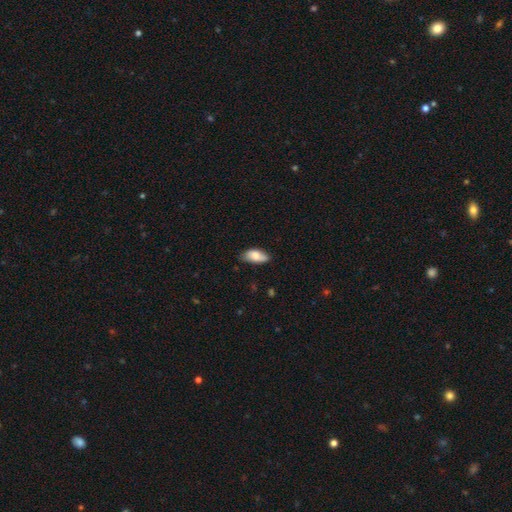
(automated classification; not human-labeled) The model was most divided on "merging": none: 72%, minor disturbance: 23%, major disturbance: 4%, merger: 2%. More confident: how rounded — in between (90%); smooth or featured — smooth (79%).